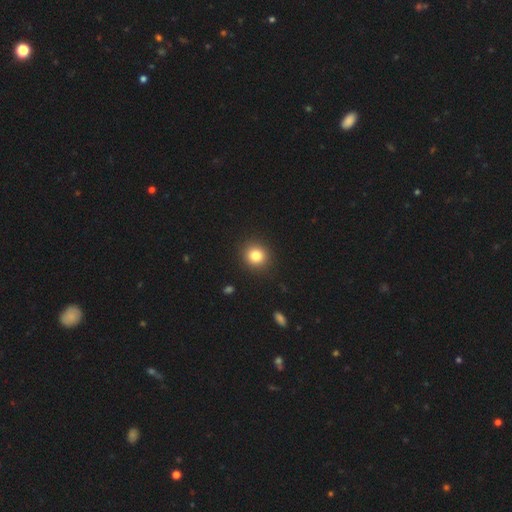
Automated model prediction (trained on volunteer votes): Q: Smooth or featured?
A: smooth (83%); runner-up: star or artifact (11%)
Q: How rounded?
A: round (86%); runner-up: in between (13%)
Q: Merging?
A: none (91%); runner-up: minor disturbance (6%)